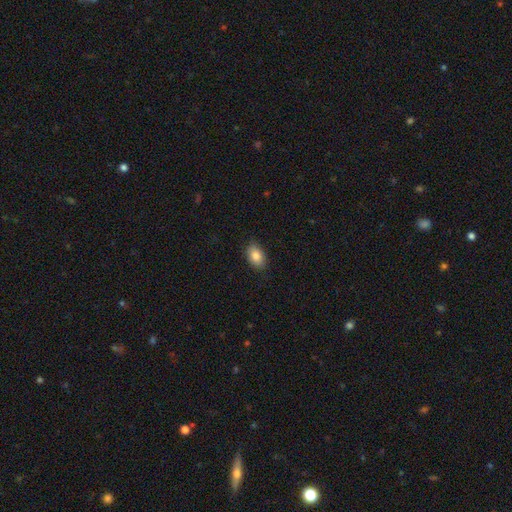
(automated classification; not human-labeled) Q: Smooth or featured?
A: smooth (85%); runner-up: star or artifact (8%)
Q: How rounded?
A: in between (89%); runner-up: round (10%)
Q: Merging?
A: none (86%); runner-up: minor disturbance (11%)